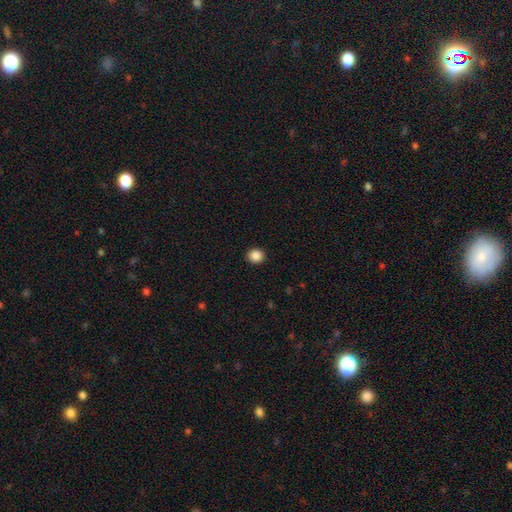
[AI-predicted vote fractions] This appears to be a smooth galaxy with no disk features (88%) that is round (82%). Merging: none (92%).